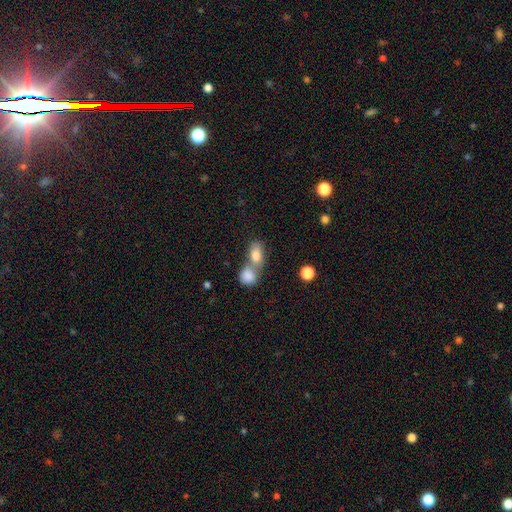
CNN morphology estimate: A smooth galaxy with no disk features (80%) that is in between round and cigar-shaped (76%). Merging: merger (62%).